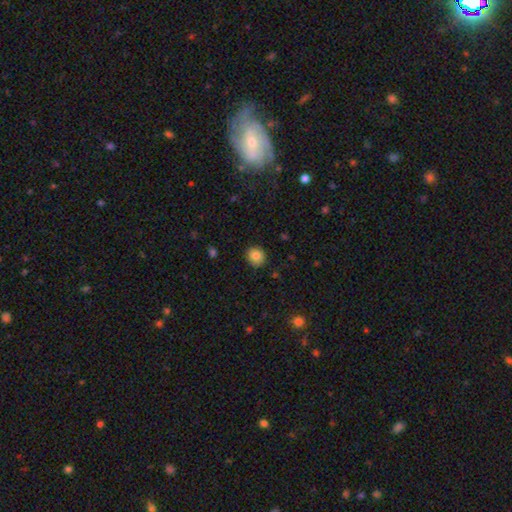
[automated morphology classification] smooth 84%, star or artifact 10%, featured or disk 7%. Down the decision tree: how rounded — round (88%); merging — none (88%).